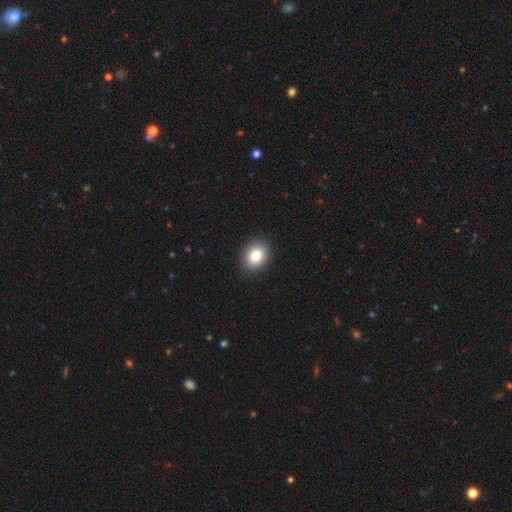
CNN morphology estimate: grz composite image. It shows a smooth galaxy with no disk features (85%) that is in between round and cigar-shaped (57%). Merging: none (89%).